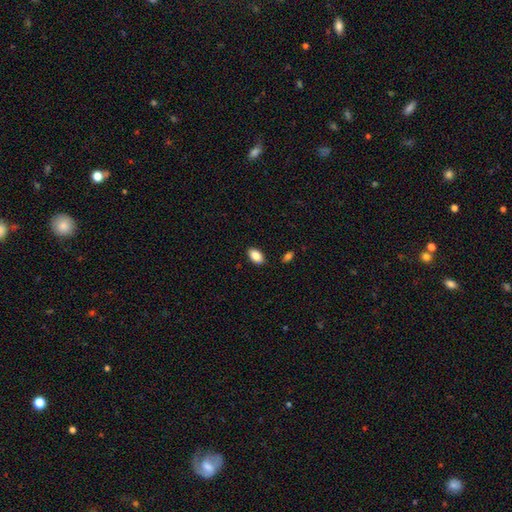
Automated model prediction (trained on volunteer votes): A smooth galaxy with no disk features (87%) that is in between round and cigar-shaped (92%).

Vote fractions:
- Smooth or featured? smooth: 87% / star or artifact: 7% / featured or disk: 6%
- How rounded? in between: 92% / round: 6% / cigar-shaped: 2%
- Merging? none: 86% / minor disturbance: 10% / major disturbance: 2% / merger: 2%